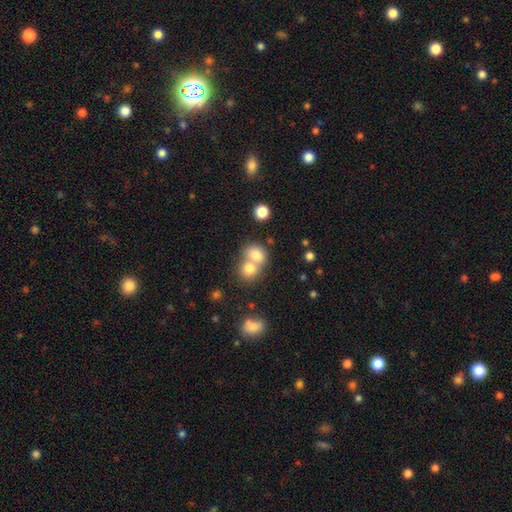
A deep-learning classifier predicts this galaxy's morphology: This appears to be a smooth galaxy with no disk features (77%) that is round (60%). Merging: merger (60%).